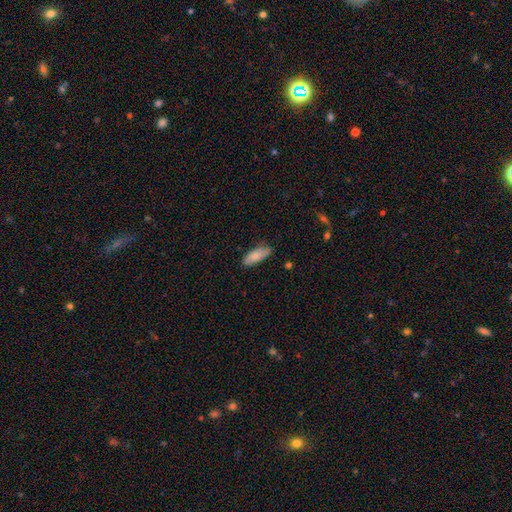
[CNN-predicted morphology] smooth-or-featured: smooth: 78% | featured or disk: 16% | star or artifact: 6%
  how-rounded: in between: 74% | cigar-shaped: 24% | round: 2%
  merging: none: 75% | minor disturbance: 20% | major disturbance: 3% | merger: 2%